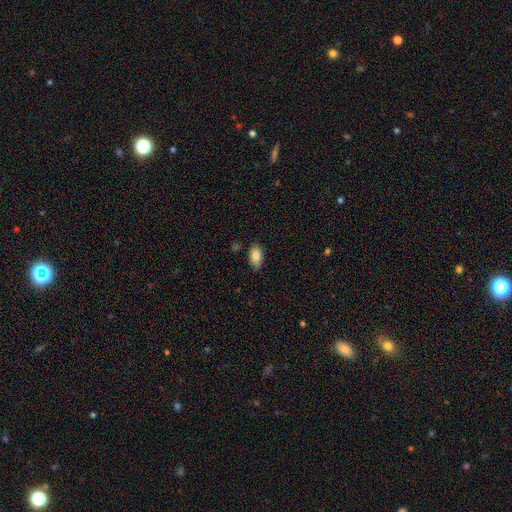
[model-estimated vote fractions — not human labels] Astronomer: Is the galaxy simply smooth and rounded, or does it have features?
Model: smooth — 84%.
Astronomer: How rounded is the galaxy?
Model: in between — 93%.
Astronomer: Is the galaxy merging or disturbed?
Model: none — 83%.